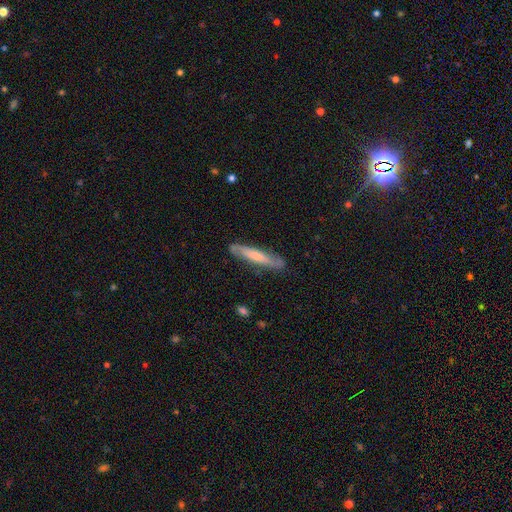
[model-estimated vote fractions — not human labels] Overall: featured or disk (51%; smooth 43%). Edge-on disk: yes (65%; no 35%). Merging: none (83%).